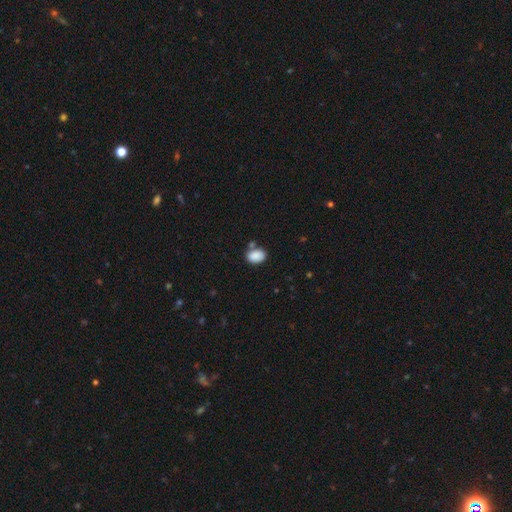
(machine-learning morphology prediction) Smooth or featured?
  - smooth: 88% *
  - star or artifact: 8%
  - featured or disk: 4%
How rounded?
  - in between: 78% *
  - round: 21%
  - cigar-shaped: 1%
Merging?
  - none: 66% *
  - minor disturbance: 15%
  - merger: 14%
  - major disturbance: 4%